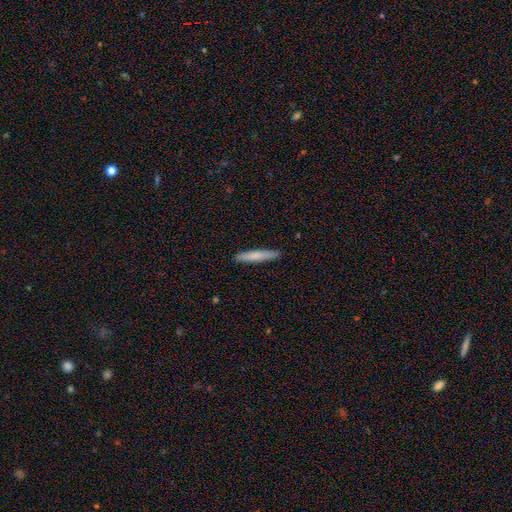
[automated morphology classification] Smooth or featured?
  - smooth: 75% *
  - featured or disk: 20%
  - star or artifact: 5%
How rounded?
  - cigar-shaped: 94% *
  - in between: 5%
  - round: 1%
Merging?
  - none: 91% *
  - minor disturbance: 7%
  - major disturbance: 1%
  - merger: 1%